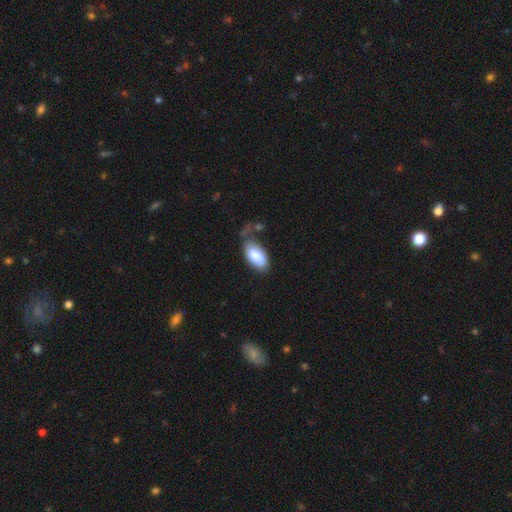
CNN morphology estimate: type=smooth (84%); roundness=in between (95%); merging=none (41%).